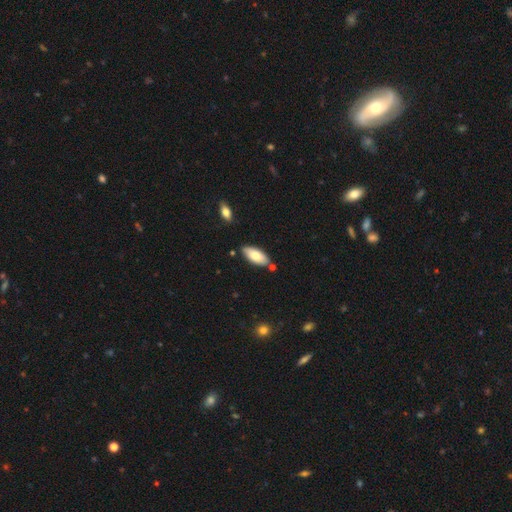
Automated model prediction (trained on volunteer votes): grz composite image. It shows a smooth galaxy with no disk features (75%) that is in between round and cigar-shaped (86%). Merging: none (79%).